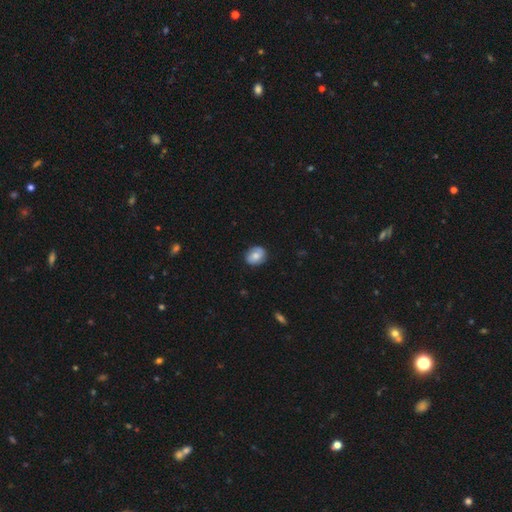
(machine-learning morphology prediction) A smooth galaxy with no disk features (64%) that is in between round and cigar-shaped (52%). Merging: none (83%).